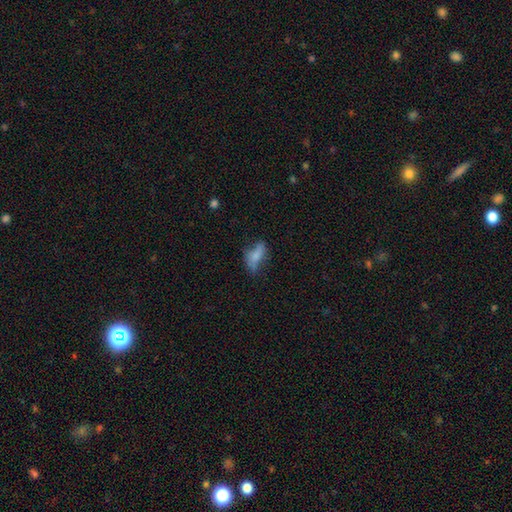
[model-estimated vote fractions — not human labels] This appears to be a smooth galaxy with no disk features (61%) that is in between round and cigar-shaped (78%). Merging: none (44%).